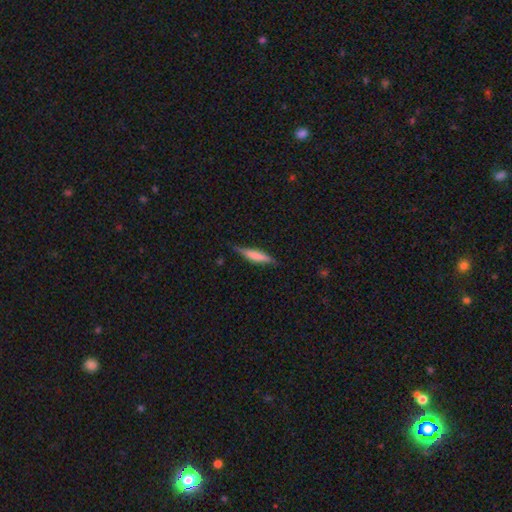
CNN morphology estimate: Smooth or featured: smooth — 58% (featured or disk — 35%)
How rounded: cigar-shaped — 84% (in between — 14%)
Merging: none — 79% (minor disturbance — 16%)